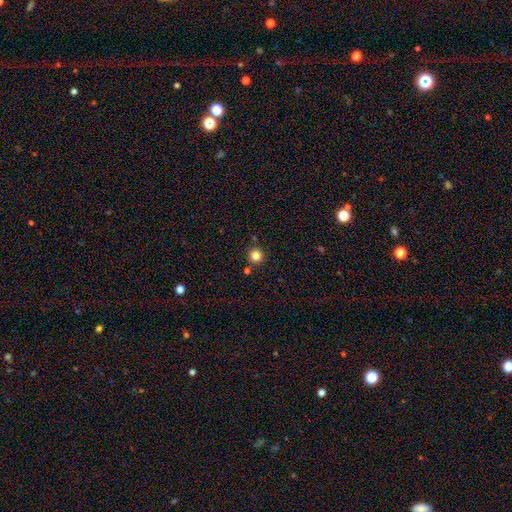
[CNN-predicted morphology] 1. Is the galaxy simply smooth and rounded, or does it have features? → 83% smooth, 12% star or artifact, 5% featured or disk.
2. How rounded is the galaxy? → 96% round, 3% in between, 1% cigar-shaped.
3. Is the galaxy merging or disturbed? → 86% none, 6% minor disturbance, 6% merger, 2% major disturbance.